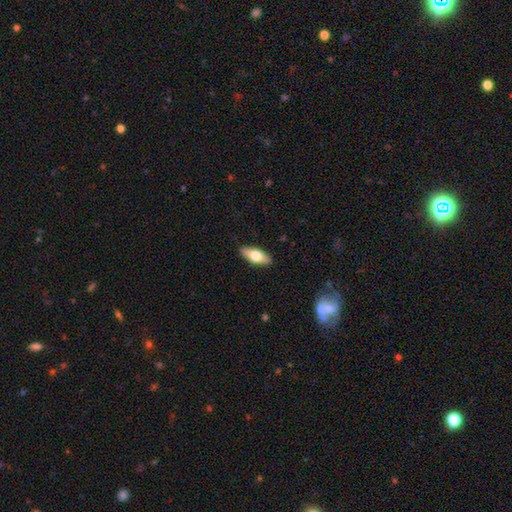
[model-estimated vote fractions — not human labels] Smooth or featured? Predicted: smooth (p=0.64). How rounded? Predicted: in between (p=0.75). Merging? Predicted: none (p=0.89).